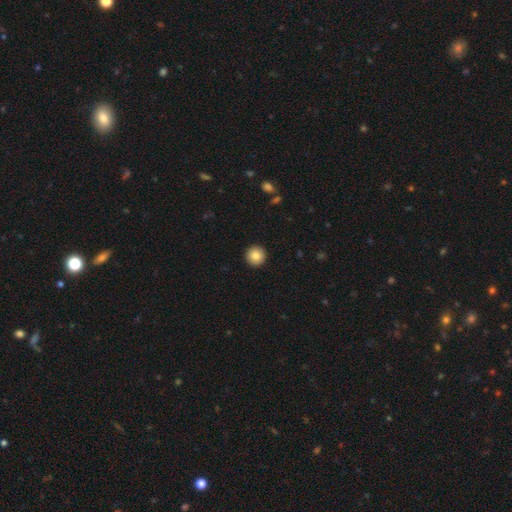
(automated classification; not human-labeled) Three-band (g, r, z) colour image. It shows a smooth galaxy with no disk features (86%) that is round (96%). Merging: none (94%).